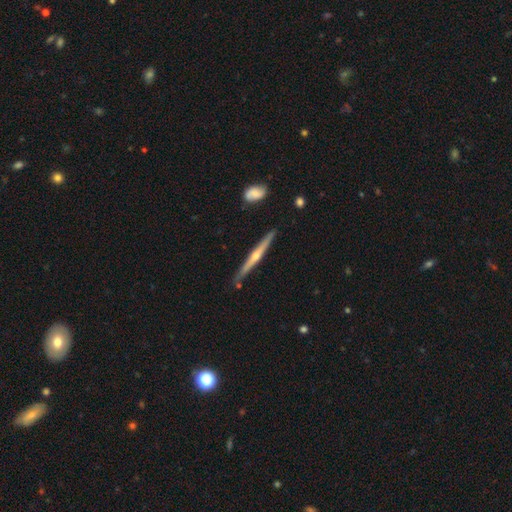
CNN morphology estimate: This appears to be a featured or disk galaxy (75%) viewed edge-on (98%) with a rounded central bulge (82%). Merging: none (86%).